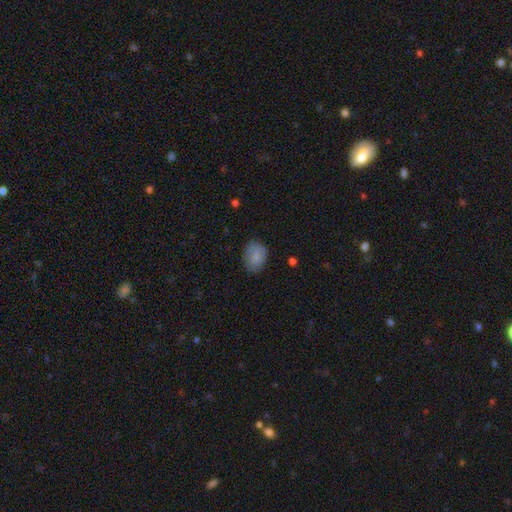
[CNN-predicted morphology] Overall: smooth (83%). How rounded: in between (65%; round 34%). Merging: none (77%).